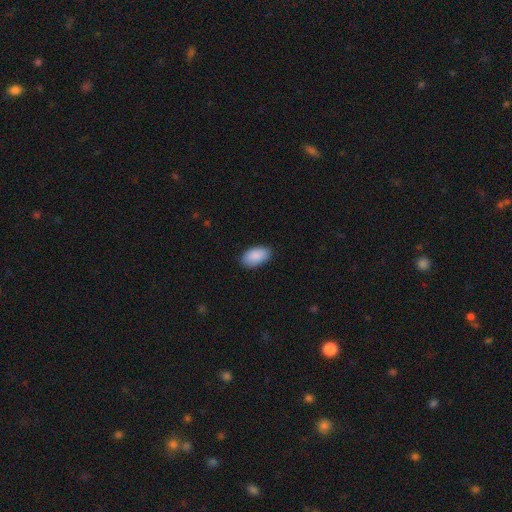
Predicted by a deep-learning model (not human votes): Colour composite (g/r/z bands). It shows a smooth galaxy with no disk features (90%) that is in between round and cigar-shaped (95%). Merging: none (87%).